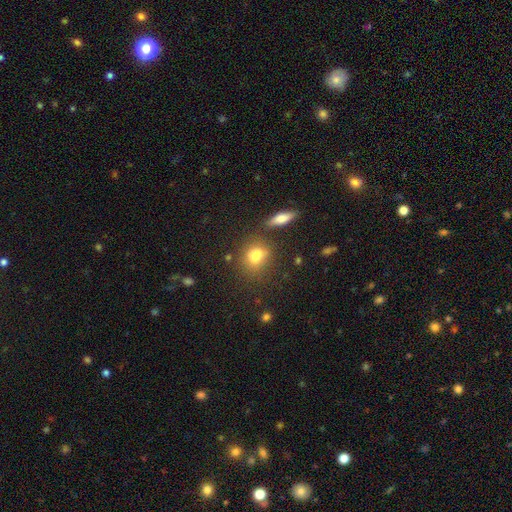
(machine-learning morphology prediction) The model was most divided on "how rounded": in between: 51%, round: 46%, cigar-shaped: 3%. More confident: smooth or featured — smooth (74%); merging — none (53%).